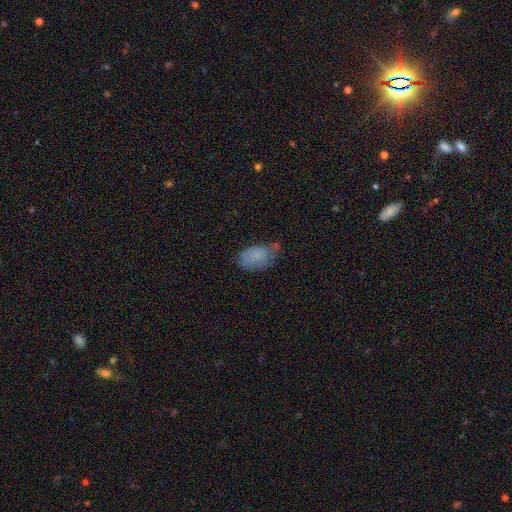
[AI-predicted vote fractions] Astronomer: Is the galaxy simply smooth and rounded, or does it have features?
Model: smooth — 77%.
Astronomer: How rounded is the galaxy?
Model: in between — 91%.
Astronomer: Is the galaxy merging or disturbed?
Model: none — 46% (runner-up: minor disturbance, 38%).